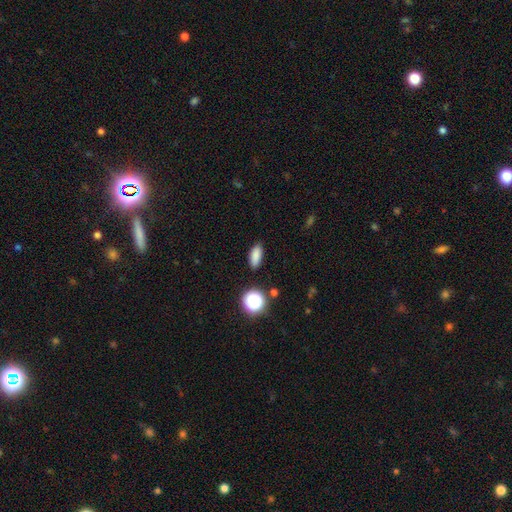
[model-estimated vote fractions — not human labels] Morphology: type=smooth (84%); roundness=in between (77%); merging=none (87%).